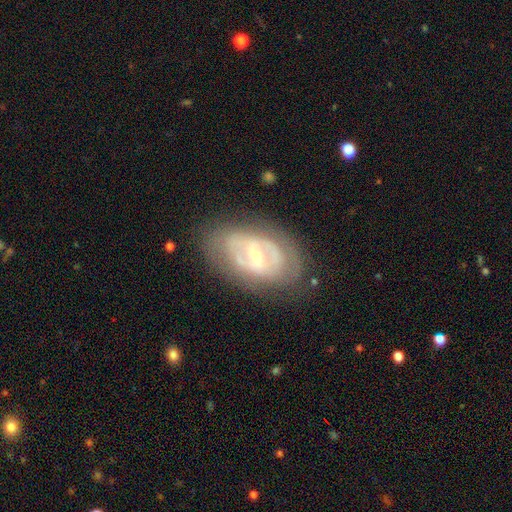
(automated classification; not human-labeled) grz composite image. It shows a featured or disk galaxy (75%) with a strong bar (42%), spiral arms (53%) and a small central bulge (53%). Merging: none (73%).